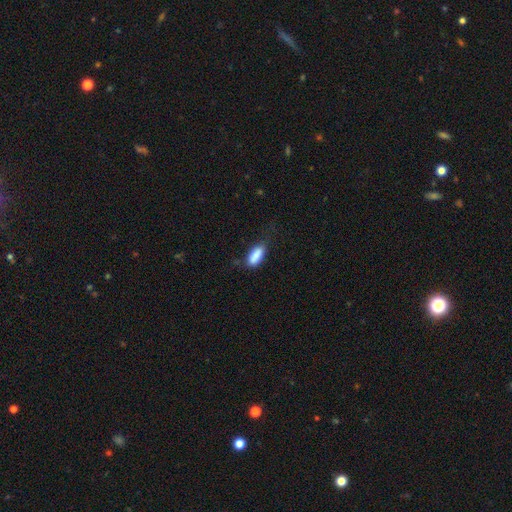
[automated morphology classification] Overall: smooth (85%). How rounded: in between (81%). Merging: none (58%; minor disturbance 29%).